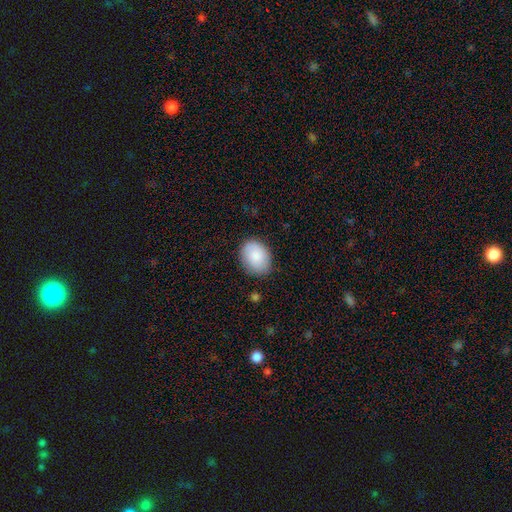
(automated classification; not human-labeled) smooth-or-featured: smooth: 86% | featured or disk: 8% | star or artifact: 6%
  how-rounded: in between: 64% | round: 35% | cigar-shaped: 1%
  merging: none: 81% | minor disturbance: 14% | major disturbance: 3% | merger: 1%